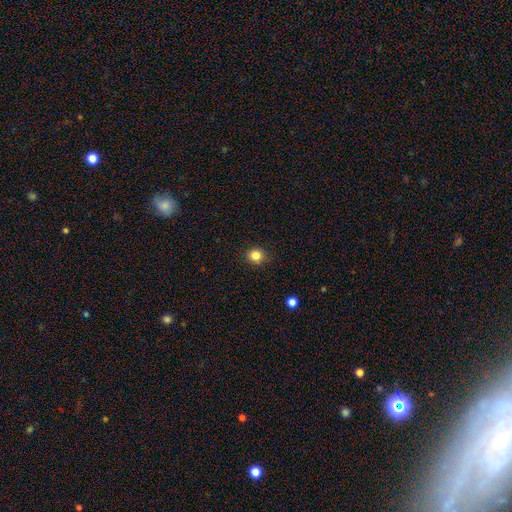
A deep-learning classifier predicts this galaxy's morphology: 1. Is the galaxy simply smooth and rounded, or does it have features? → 84% smooth, 12% star or artifact, 5% featured or disk.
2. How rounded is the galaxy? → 85% round, 14% in between, 1% cigar-shaped.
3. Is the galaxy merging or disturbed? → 88% none, 9% minor disturbance, 2% major disturbance, 1% merger.